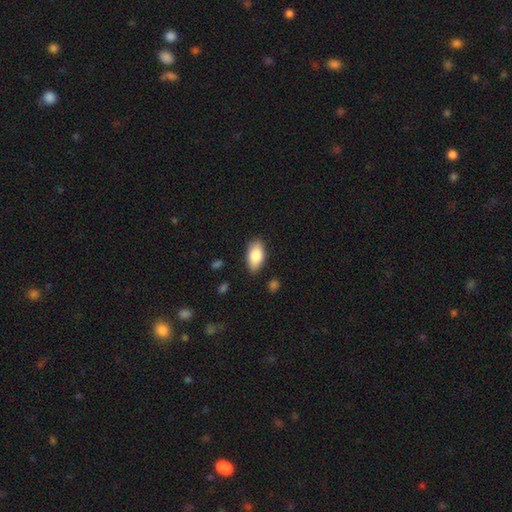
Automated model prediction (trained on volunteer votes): The model was most divided on "smooth or featured": smooth: 82%, featured or disk: 11%, star or artifact: 7%. More confident: how rounded — in between (92%); merging — none (85%).